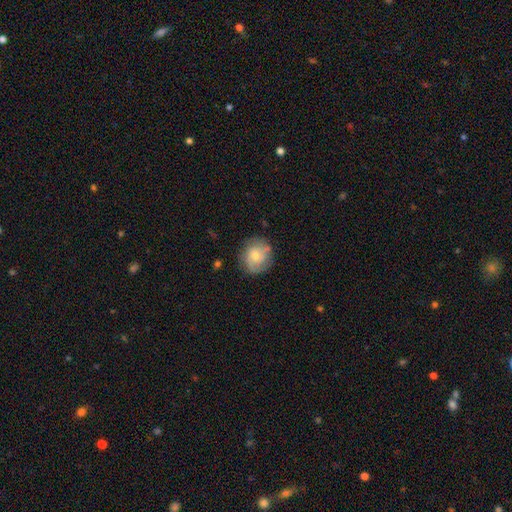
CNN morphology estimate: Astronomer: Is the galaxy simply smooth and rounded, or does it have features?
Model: featured or disk — 54% (runner-up: smooth, 39%).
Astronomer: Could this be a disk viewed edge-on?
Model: no — 97%.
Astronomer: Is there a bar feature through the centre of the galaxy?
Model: no — 64%.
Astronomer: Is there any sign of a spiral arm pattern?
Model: yes — 84%.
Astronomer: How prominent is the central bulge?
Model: moderate — 47% (runner-up: small, 43%).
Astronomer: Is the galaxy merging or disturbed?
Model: none — 74%.